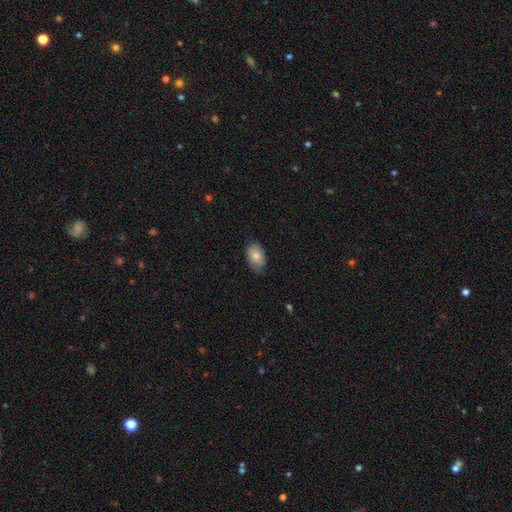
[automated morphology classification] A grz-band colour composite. It shows a smooth galaxy with no disk features (82%) that is in between round and cigar-shaped (91%). Merging: none (81%).